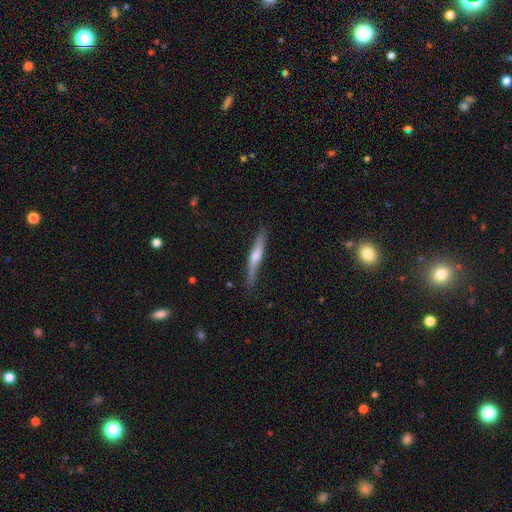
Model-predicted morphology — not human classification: A featured or disk galaxy (66%) viewed edge-on (95%) with a rounded central bulge (82%). Merging: none (82%).